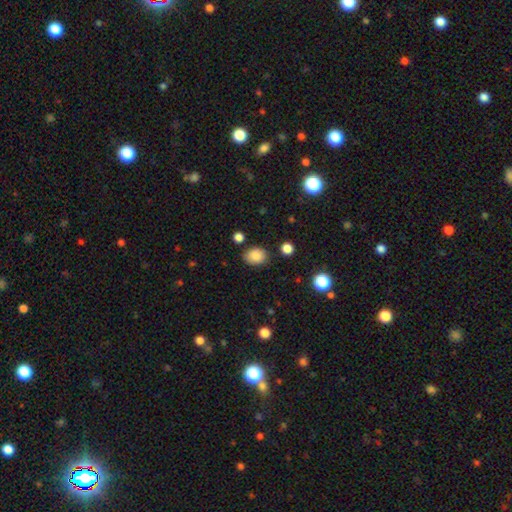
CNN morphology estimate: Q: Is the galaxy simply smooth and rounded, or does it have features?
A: smooth — 86%.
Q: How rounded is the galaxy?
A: in between — 67%.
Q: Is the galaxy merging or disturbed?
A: none — 82%.